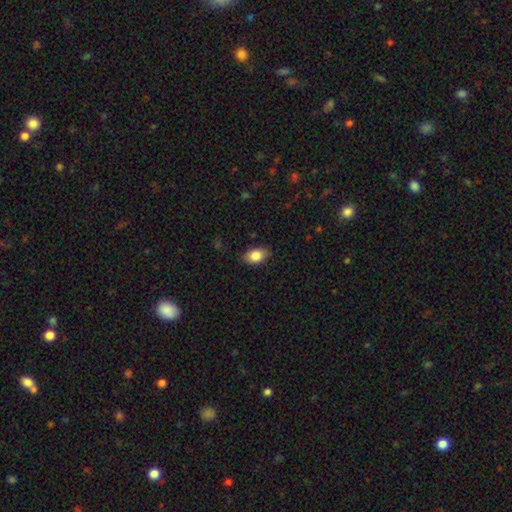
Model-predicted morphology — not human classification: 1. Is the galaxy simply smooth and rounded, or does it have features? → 85% smooth, 8% featured or disk, 7% star or artifact.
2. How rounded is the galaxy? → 88% in between, 10% round, 2% cigar-shaped.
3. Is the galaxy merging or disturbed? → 84% none, 13% minor disturbance, 2% major disturbance, 1% merger.